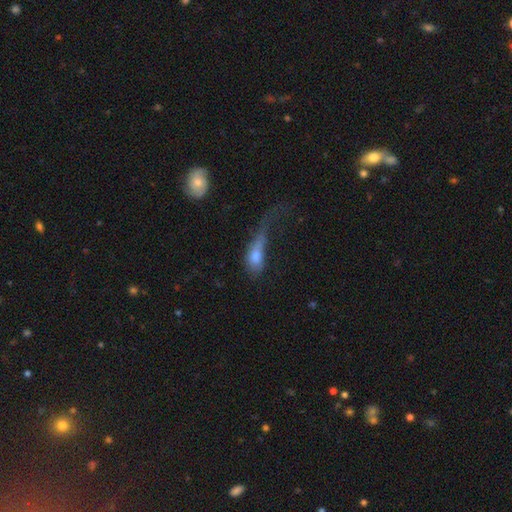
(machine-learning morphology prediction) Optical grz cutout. It shows a smooth galaxy with no disk features (62%) that is in between round and cigar-shaped (62%). Merging: major disturbance (63%).